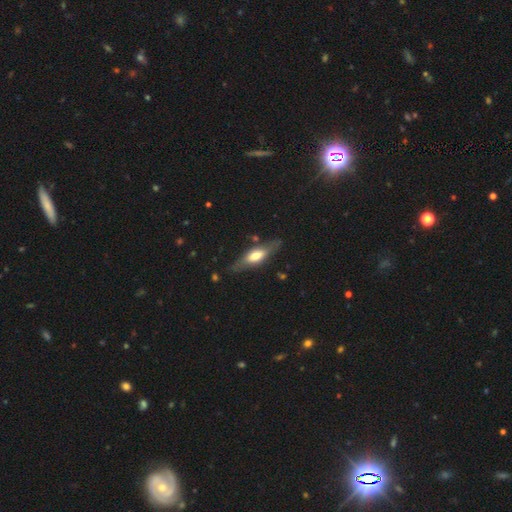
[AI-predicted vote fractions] Smooth or featured? smooth (48%)
Merging? none (79%)